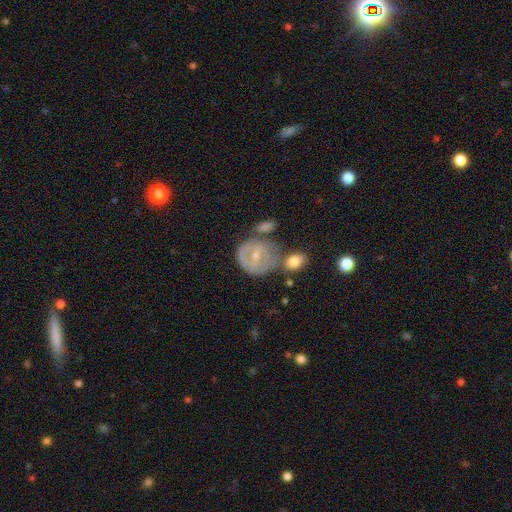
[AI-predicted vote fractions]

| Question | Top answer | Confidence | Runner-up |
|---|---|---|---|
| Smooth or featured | featured or disk | 56% | smooth (36%) |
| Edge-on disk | no | 96% | yes (4%) |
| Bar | no | 47% | weak (41%) |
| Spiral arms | yes | 56% | no (44%) |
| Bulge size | small | 62% | moderate (34%) |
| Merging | none | 45% | merger (23%) |